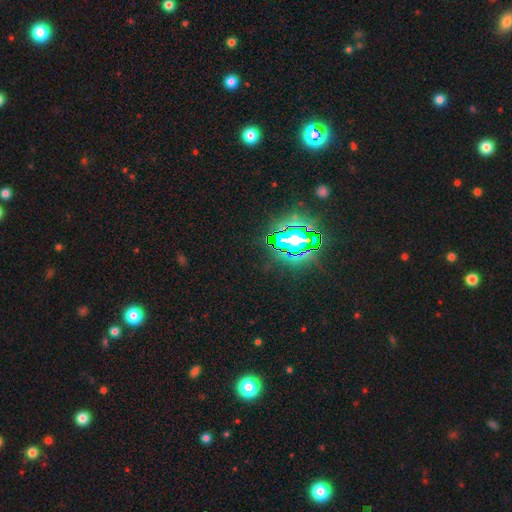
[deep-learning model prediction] smooth-or-featured: star or artifact: 83% | smooth: 10% | featured or disk: 7%